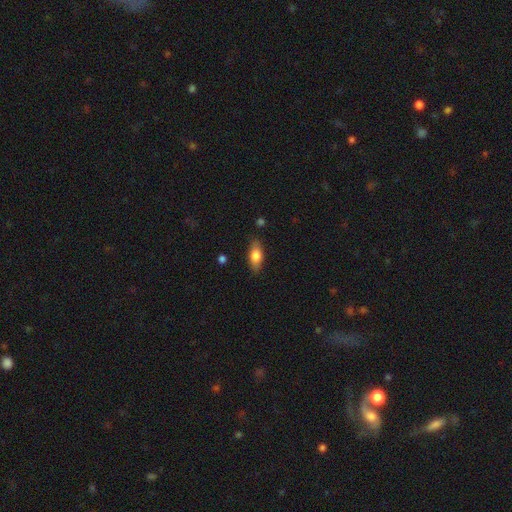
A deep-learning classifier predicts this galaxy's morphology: Overall: smooth (76%). How rounded: in between (82%). Merging: none (83%).